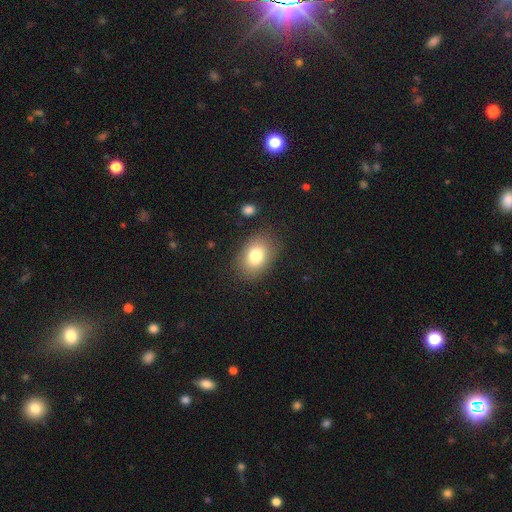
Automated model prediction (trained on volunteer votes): Smooth or featured? Predicted: smooth (p=0.78). How rounded? Predicted: in between (p=0.77). Merging? Predicted: none (p=0.83).